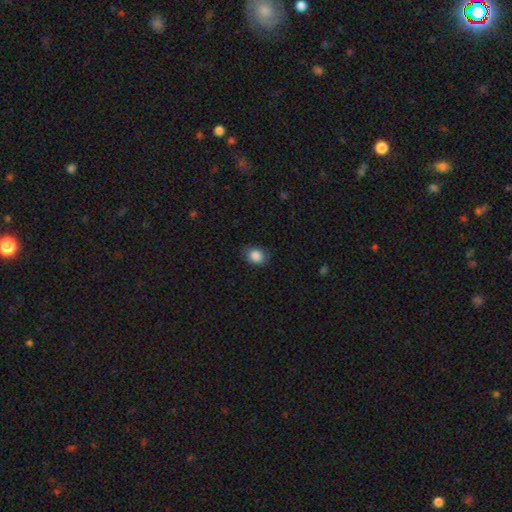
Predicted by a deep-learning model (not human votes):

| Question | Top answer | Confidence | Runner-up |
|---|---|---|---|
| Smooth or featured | smooth | 87% | star or artifact (9%) |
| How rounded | round | 50% | in between (49%) |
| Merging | none | 82% | minor disturbance (14%) |